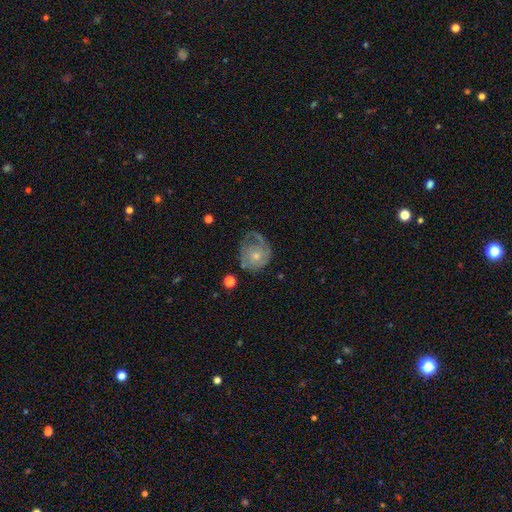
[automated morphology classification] A featured or disk galaxy (55%) with no bar (85%), spiral arms (65%) and a small central bulge (58%). Merging: none (41%).